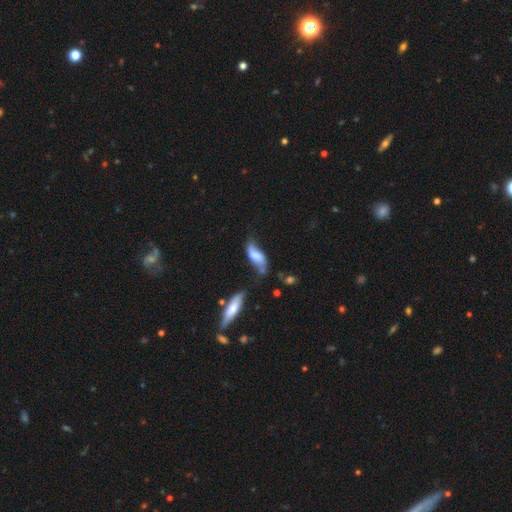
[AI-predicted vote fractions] Smooth or featured?
  - smooth: 46% *
  - featured or disk: 45%
  - star or artifact: 8%
Merging?
  - none: 40% *
  - minor disturbance: 30%
  - major disturbance: 17%
  - merger: 13%